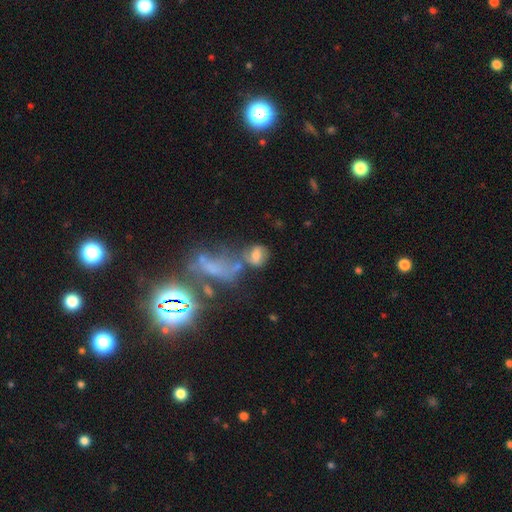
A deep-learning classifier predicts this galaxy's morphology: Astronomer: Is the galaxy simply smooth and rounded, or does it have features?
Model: smooth — 54% (runner-up: featured or disk, 31%).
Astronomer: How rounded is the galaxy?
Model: in between — 59% (runner-up: round, 38%).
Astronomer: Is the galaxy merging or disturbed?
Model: merger — 34% (runner-up: none, 33%).